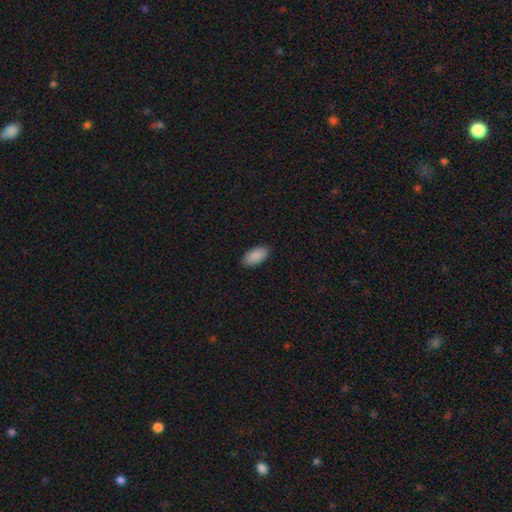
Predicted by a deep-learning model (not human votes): Overall: smooth (91%). How rounded: in between (94%). Merging: none (89%).